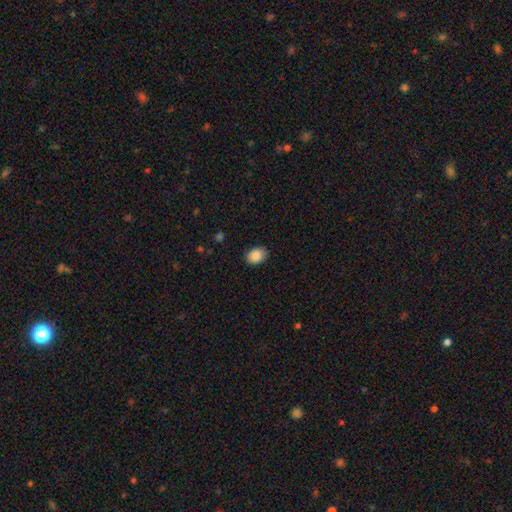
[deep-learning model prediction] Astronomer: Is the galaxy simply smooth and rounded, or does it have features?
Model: smooth — 89%.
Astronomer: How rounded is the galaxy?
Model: in between — 69%.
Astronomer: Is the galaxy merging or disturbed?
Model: none — 87%.